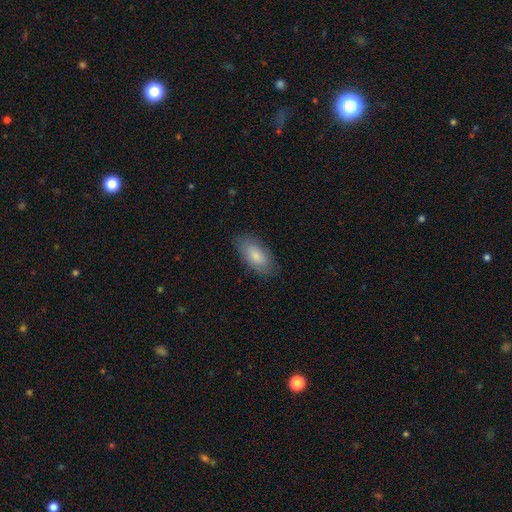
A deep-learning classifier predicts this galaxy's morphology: Smooth or featured? Predicted: smooth (p=0.82). How rounded? Predicted: in between (p=0.91). Merging? Predicted: none (p=0.82).